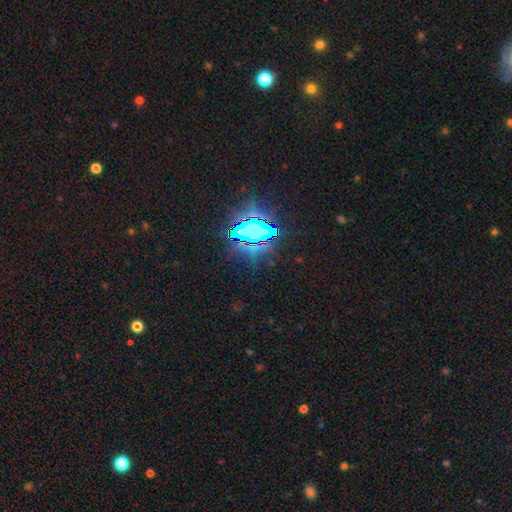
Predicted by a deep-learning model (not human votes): smooth-or-featured: star or artifact: 85% | smooth: 9% | featured or disk: 6%